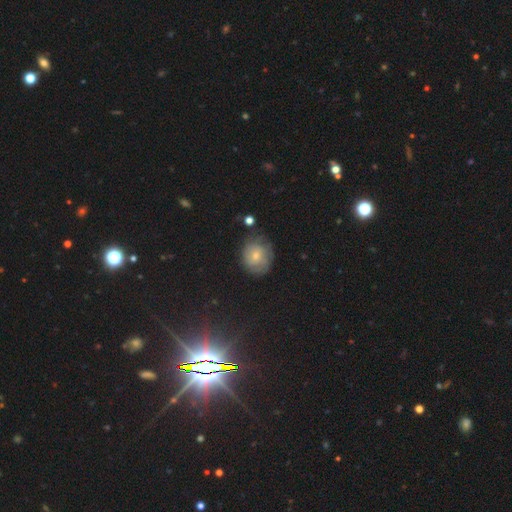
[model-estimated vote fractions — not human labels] This appears to be a smooth galaxy with no disk features (52%) that is round (74%). Merging: none (65%).